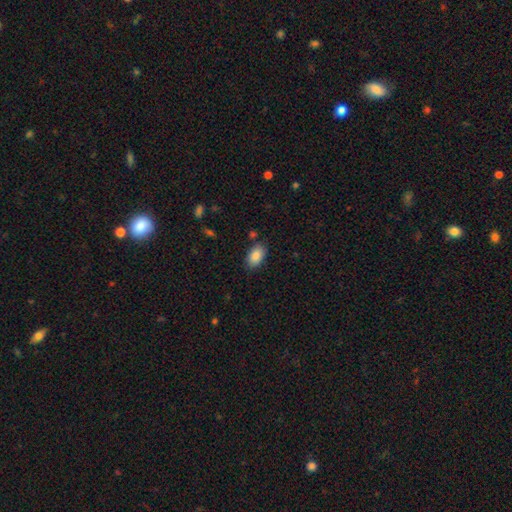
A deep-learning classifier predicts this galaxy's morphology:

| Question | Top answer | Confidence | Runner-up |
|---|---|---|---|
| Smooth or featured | smooth | 88% | star or artifact (7%) |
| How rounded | in between | 93% | round (5%) |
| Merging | none | 82% | minor disturbance (12%) |